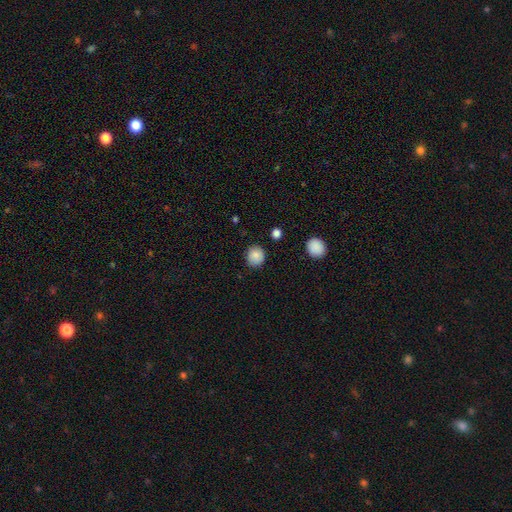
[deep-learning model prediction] smooth 86%, star or artifact 9%, featured or disk 5%. Down the decision tree: how rounded — round (83%); merging — none (84%).